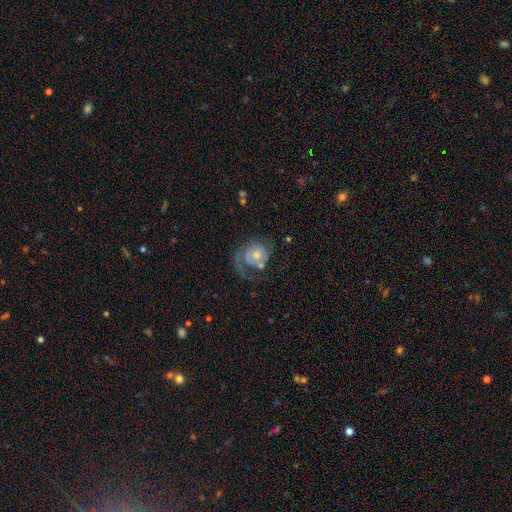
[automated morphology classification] Overall: featured or disk (74%). Edge-on disk: no (98%). Bar: no (76%). Spiral arms: yes (88%). Spiral arm count: 1 (51%; 2 34%). Spiral winding: medium (39%; tight 35%). Bulge size: moderate (51%; small 30%). Merging: none (40%; major disturbance 33%).